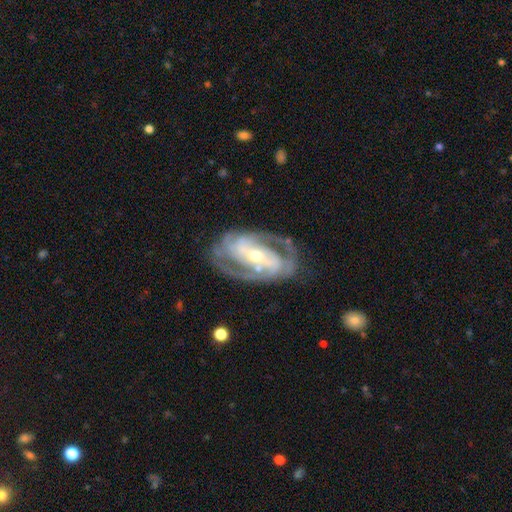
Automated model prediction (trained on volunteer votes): A featured or disk galaxy (90%) with a strong bar (51%), 2 (64%) tight (47%) spiral arms (96%) and a small central bulge (53%). Merging: none (73%).